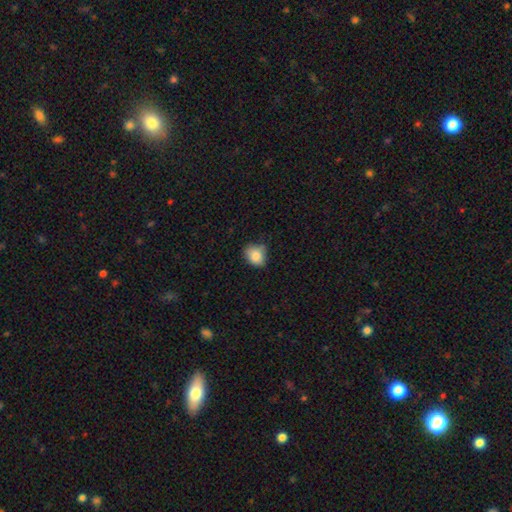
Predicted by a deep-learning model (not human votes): Smooth or featured: smooth — 84% (star or artifact — 9%)
How rounded: round — 53% (in between — 46%)
Merging: none — 60% (minor disturbance — 32%)